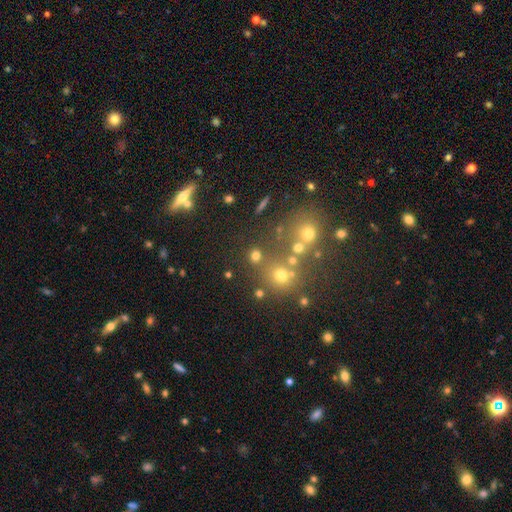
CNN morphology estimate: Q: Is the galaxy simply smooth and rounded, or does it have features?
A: smooth — 71%.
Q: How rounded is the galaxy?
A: round — 87%.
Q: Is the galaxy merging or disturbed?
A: none — 74%.